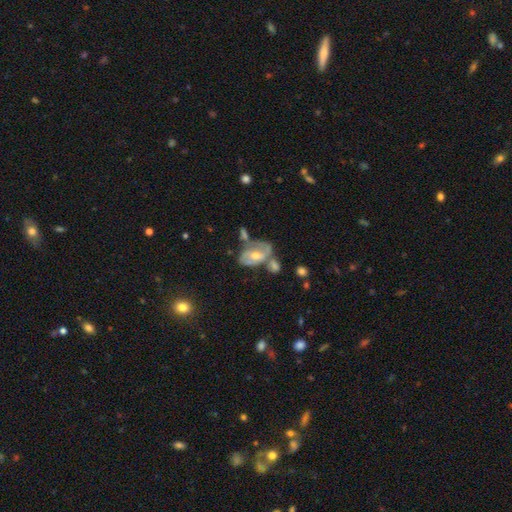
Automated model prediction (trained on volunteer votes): A featured or disk galaxy (67%) with no bar (50%), spiral arms (67%) and a moderate central bulge (65%).

Vote fractions:
- Smooth or featured? featured or disk: 67% / smooth: 25% / star or artifact: 8%
- Edge-on disk? no: 94% / yes: 6%
- Bar? no: 50% / weak: 34% / strong: 16%
- Spiral arms? yes: 67% / no: 33%
- Bulge size? moderate: 65% / small: 29% / large: 3% / none: 1% / dominant: 1%
- Merging? none: 37% / merger: 27% / minor disturbance: 21% / major disturbance: 14%